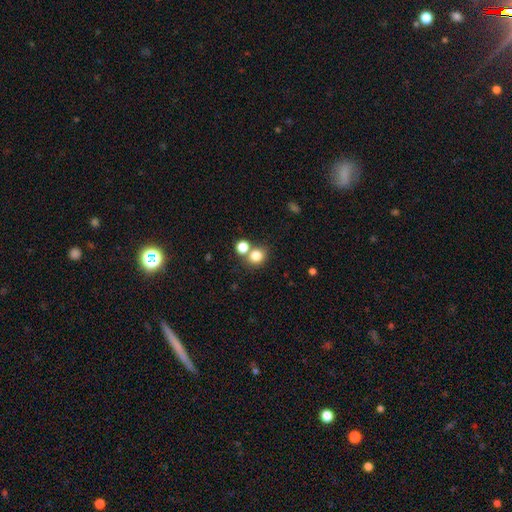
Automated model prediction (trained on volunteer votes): A smooth galaxy with no disk features (80%) that is round (79%).

Vote fractions:
- Smooth or featured? smooth: 80% / star or artifact: 13% / featured or disk: 7%
- How rounded? round: 79% / in between: 20% / cigar-shaped: 1%
- Merging? none: 60% / merger: 29% / minor disturbance: 8% / major disturbance: 3%